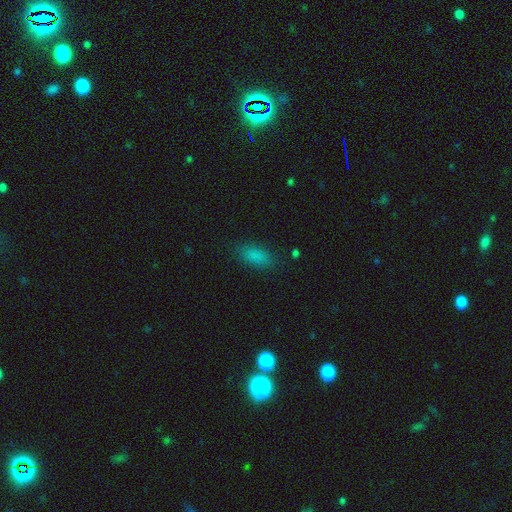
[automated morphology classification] This is clearly a smooth galaxy (83%). How rounded: clearly in between (84%). Merging: clearly none (83%).